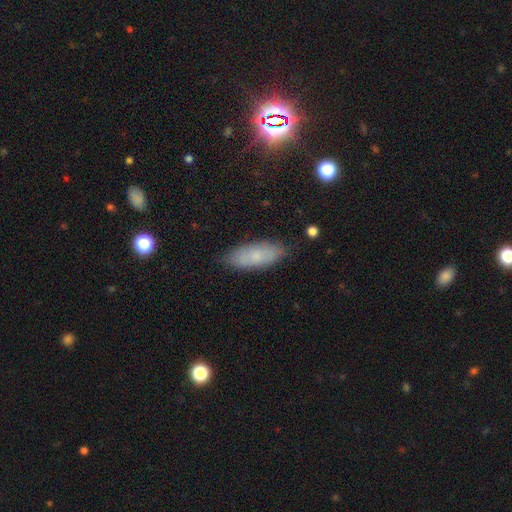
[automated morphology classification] Smooth or featured: smooth — 75% (featured or disk — 17%)
How rounded: in between — 75% (cigar-shaped — 23%)
Merging: none — 83% (minor disturbance — 13%)